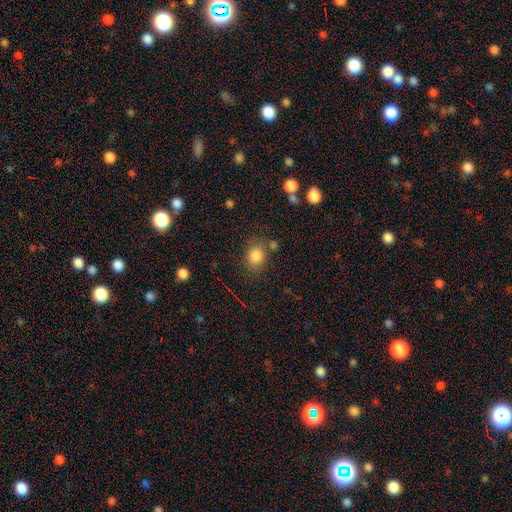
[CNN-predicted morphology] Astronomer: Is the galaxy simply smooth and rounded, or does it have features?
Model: smooth — 83%.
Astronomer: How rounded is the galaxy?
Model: round — 57% (runner-up: in between, 42%).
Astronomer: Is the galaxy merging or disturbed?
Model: none — 74%.